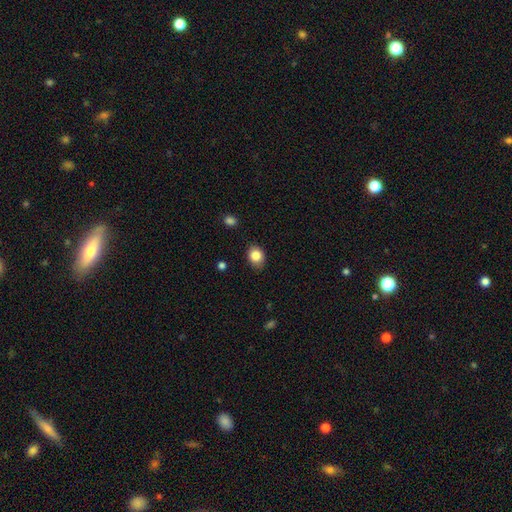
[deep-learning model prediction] smooth_or_featured: smooth (p=0.84) [alt: star or artifact p=0.09]
how_rounded: in between (p=0.51) [alt: round p=0.48]
merging: none (p=0.84) [alt: minor disturbance p=0.12]